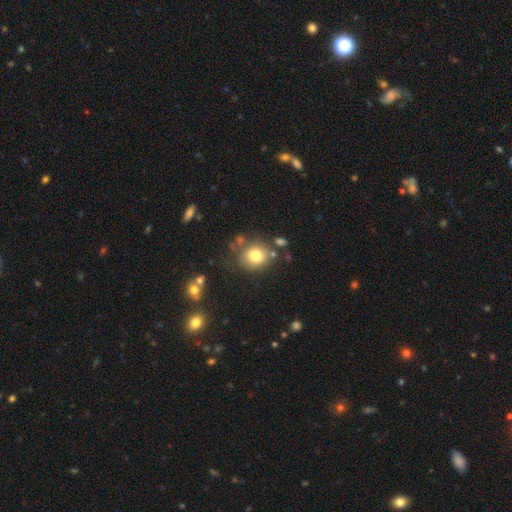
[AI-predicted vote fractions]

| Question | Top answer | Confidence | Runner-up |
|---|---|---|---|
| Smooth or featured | smooth | 77% | star or artifact (12%) |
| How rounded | round | 85% | in between (14%) |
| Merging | none | 73% | minor disturbance (13%) |